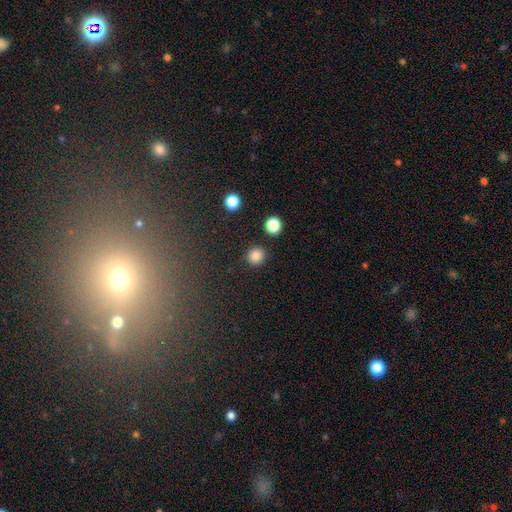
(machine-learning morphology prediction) Smooth or featured: smooth — 85% (star or artifact — 11%)
How rounded: round — 90% (in between — 9%)
Merging: none — 88% (minor disturbance — 6%)